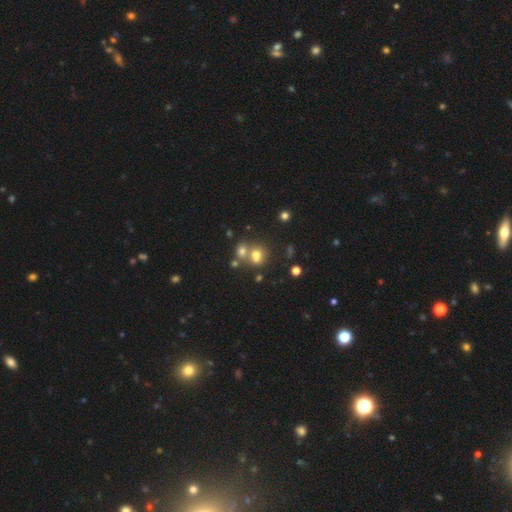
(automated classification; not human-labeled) A smooth galaxy with no disk features (68%) that is round (64%). Merging: merger (48%).